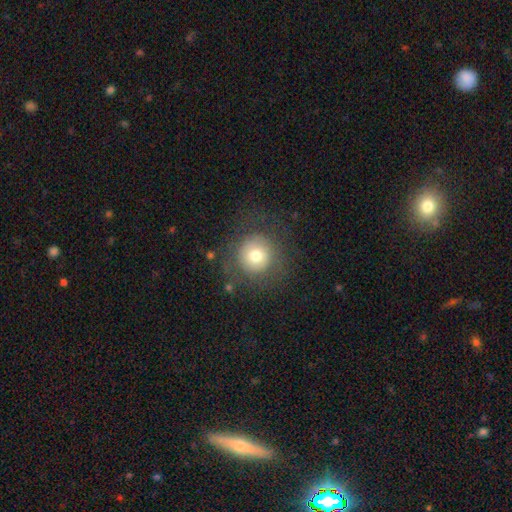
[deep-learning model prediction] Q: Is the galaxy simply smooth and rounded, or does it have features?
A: smooth — 72%.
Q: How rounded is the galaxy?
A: round — 94%.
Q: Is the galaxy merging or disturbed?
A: none — 76%.